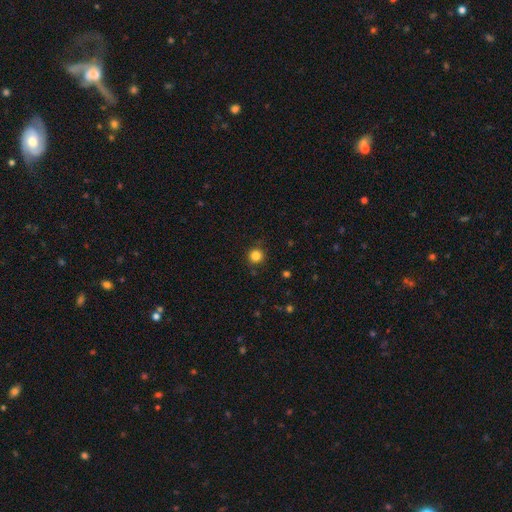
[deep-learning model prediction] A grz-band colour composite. It shows a smooth galaxy with no disk features (84%) that is round (94%). Merging: none (89%).